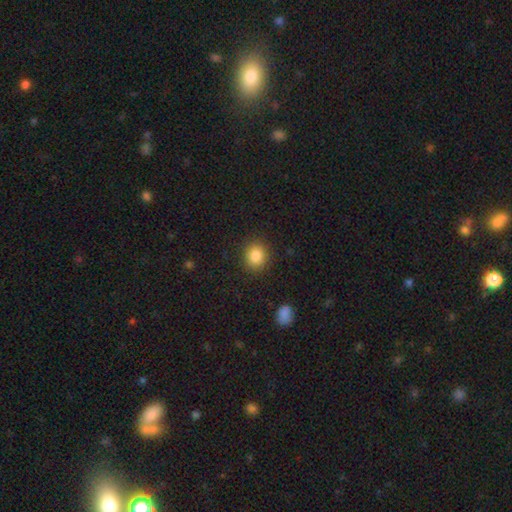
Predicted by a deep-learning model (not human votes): Smooth or featured? Predicted: smooth (p=0.85). How rounded? Predicted: round (p=0.77). Merging? Predicted: none (p=0.88).